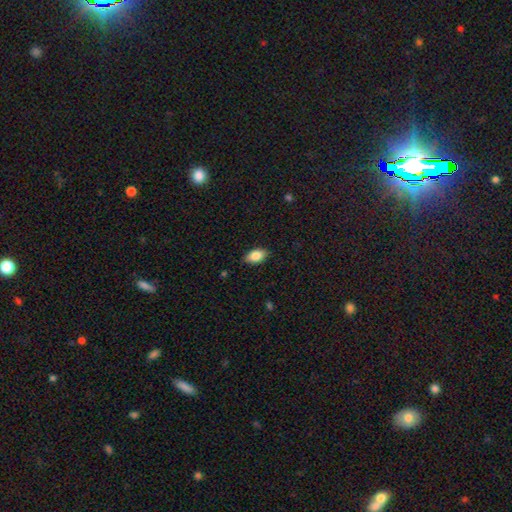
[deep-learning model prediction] Smooth or featured?
  - smooth: 85% *
  - featured or disk: 8%
  - star or artifact: 7%
How rounded?
  - in between: 92% *
  - round: 4%
  - cigar-shaped: 4%
Merging?
  - none: 86% *
  - minor disturbance: 11%
  - major disturbance: 2%
  - merger: 1%